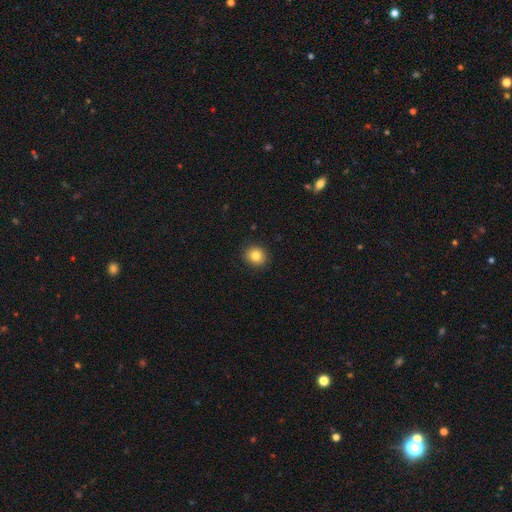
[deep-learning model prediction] This appears to be a smooth galaxy with no disk features (83%) that is round (83%). Merging: none (91%).